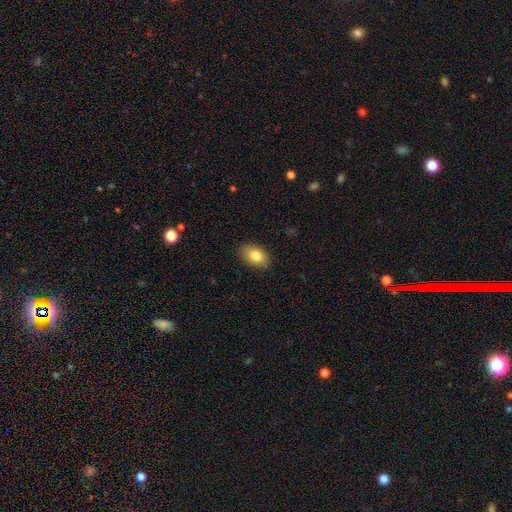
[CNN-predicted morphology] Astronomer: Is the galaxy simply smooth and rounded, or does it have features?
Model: smooth — 82%.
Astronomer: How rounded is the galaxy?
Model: in between — 86%.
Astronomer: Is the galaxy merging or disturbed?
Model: none — 85%.